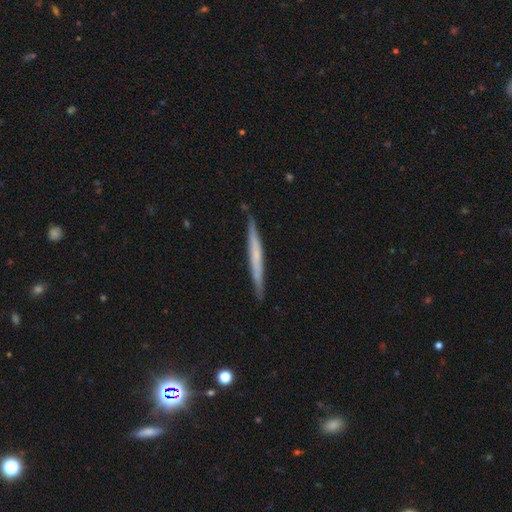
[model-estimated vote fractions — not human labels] Morphology: type=featured or disk (51%); edge-on=yes (97%); merging=none (89%).